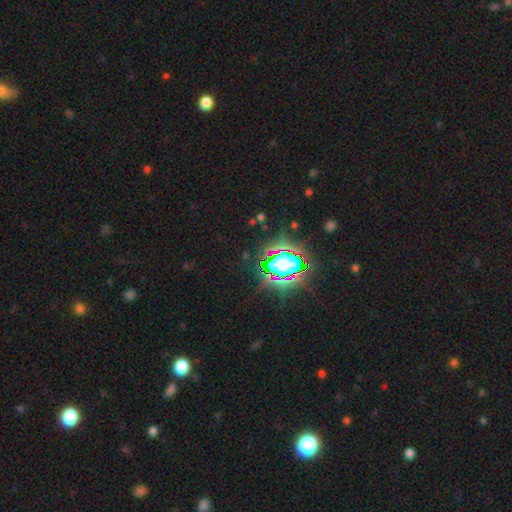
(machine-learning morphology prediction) A star or artifact, not a galaxy (80%).

Vote fractions:
- Smooth or featured? star or artifact: 80% / smooth: 12% / featured or disk: 7%